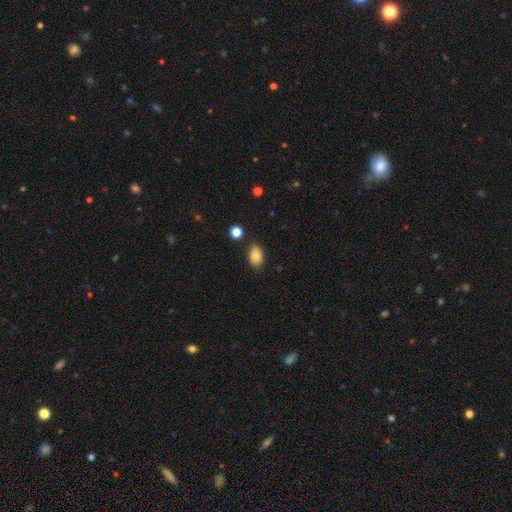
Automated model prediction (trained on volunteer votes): A smooth galaxy with no disk features (84%) that is in between round and cigar-shaped (87%). Merging: none (82%).